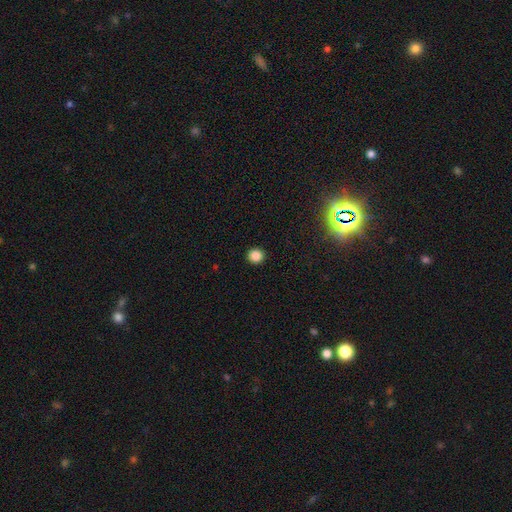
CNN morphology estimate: smooth_or_featured: smooth (p=0.86) [alt: star or artifact p=0.11]
how_rounded: round (p=0.93) [alt: in between p=0.06]
merging: none (p=0.93) [alt: minor disturbance p=0.05]